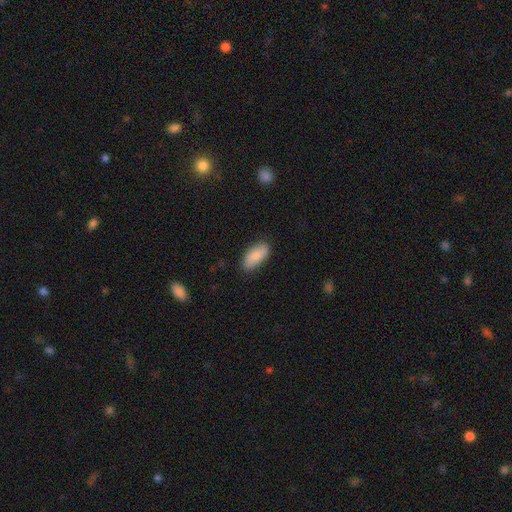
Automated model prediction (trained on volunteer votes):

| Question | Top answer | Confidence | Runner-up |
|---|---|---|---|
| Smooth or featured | smooth | 83% | featured or disk (11%) |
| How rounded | in between | 91% | cigar-shaped (7%) |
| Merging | none | 82% | minor disturbance (14%) |